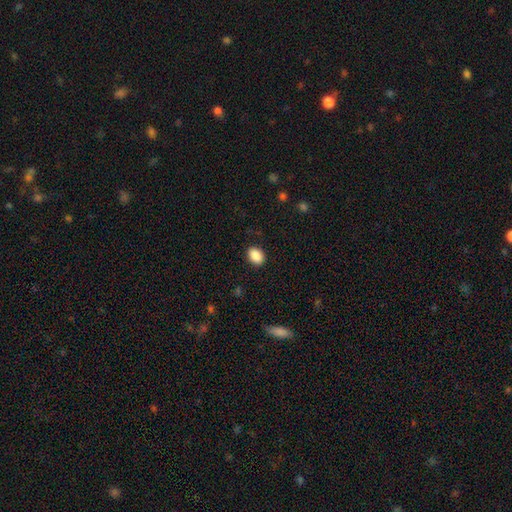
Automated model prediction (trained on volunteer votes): Q: Smooth or featured?
A: smooth (88%); runner-up: star or artifact (8%)
Q: How rounded?
A: in between (73%); runner-up: round (26%)
Q: Merging?
A: none (88%); runner-up: minor disturbance (8%)